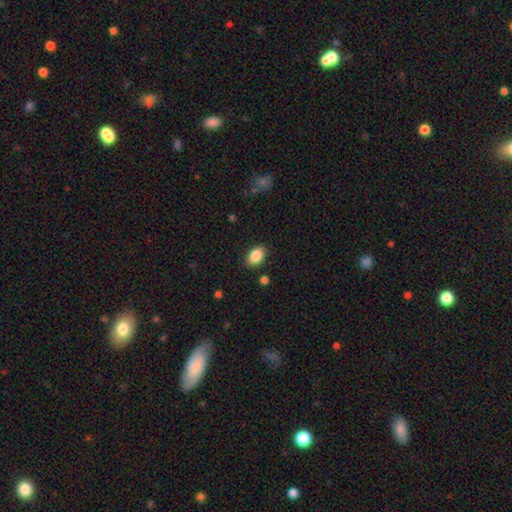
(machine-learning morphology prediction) This is clearly a smooth galaxy (88%). How rounded: clearly in between (87%). Merging: clearly none (86%).